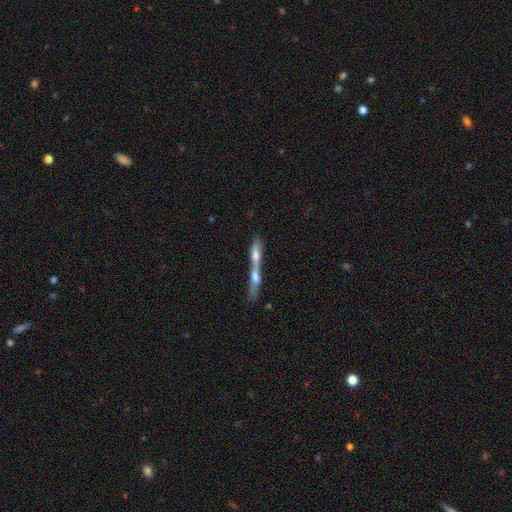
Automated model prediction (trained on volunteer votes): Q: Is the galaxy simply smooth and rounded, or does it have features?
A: featured or disk — 49%.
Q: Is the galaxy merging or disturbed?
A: merger — 65%.